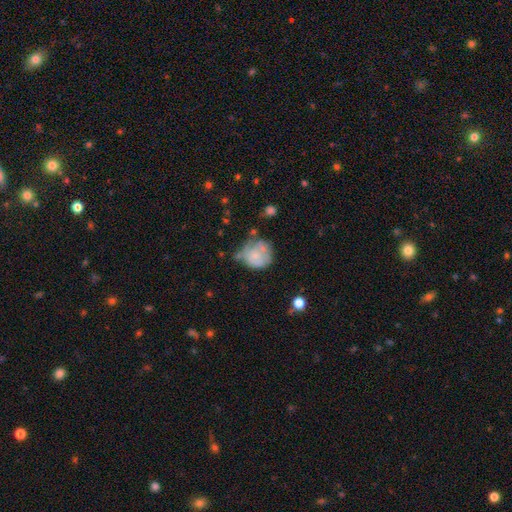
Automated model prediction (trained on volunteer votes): Q: Smooth or featured?
A: smooth (62%); runner-up: featured or disk (30%)
Q: How rounded?
A: round (80%); runner-up: in between (19%)
Q: Merging?
A: none (36%); runner-up: minor disturbance (33%)